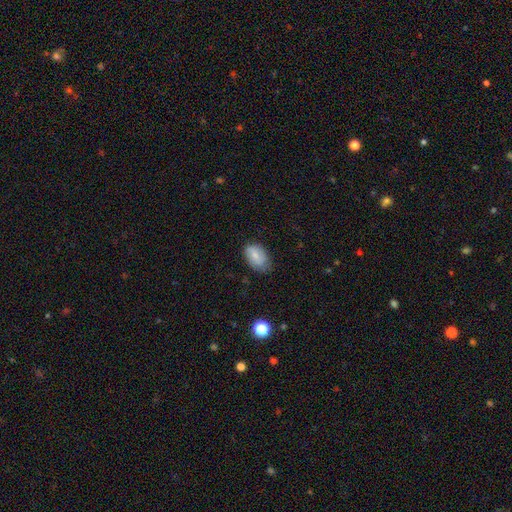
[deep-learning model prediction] smooth_or_featured: smooth (p=0.74) [alt: featured or disk p=0.18]
how_rounded: in between (p=0.90) [alt: round p=0.09]
merging: none (p=0.66) [alt: minor disturbance p=0.27]